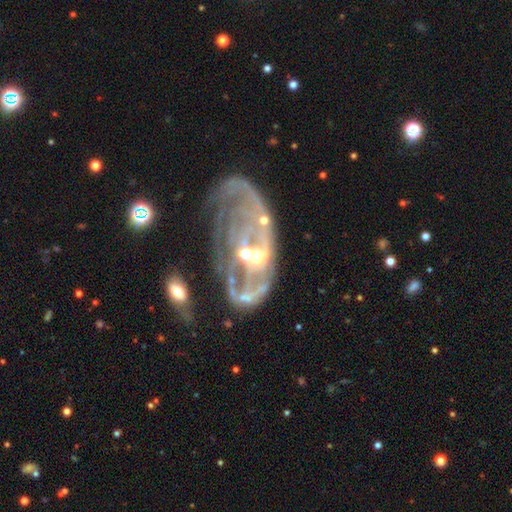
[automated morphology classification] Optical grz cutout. It shows a featured or disk galaxy (84%) with no bar (58%), tight (41%) spiral arms (79%) and a small central bulge (52%). Merging: major disturbance (33%).